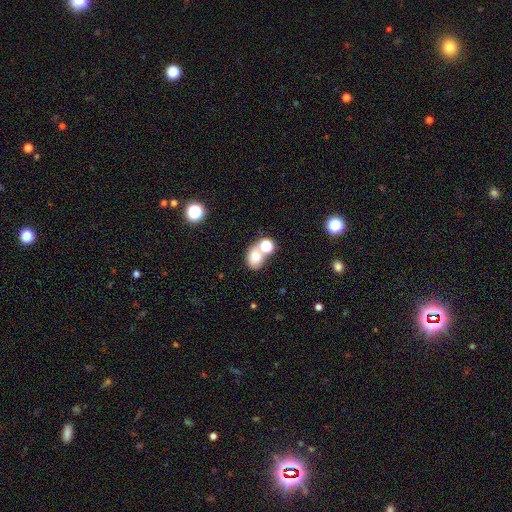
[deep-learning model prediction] This appears to be a smooth galaxy with no disk features (72%) that is in between round and cigar-shaped (59%). Merging: merger (49%).